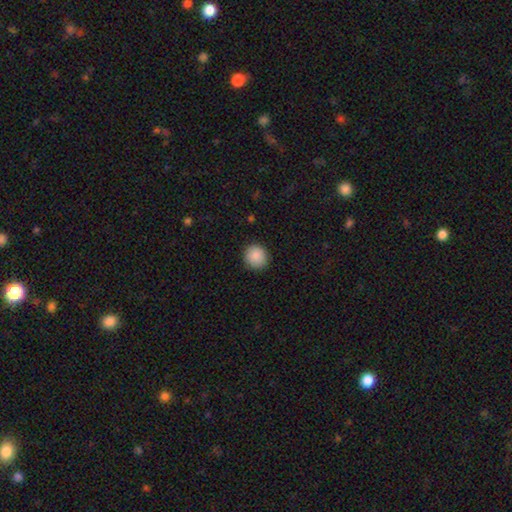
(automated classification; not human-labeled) The model was most divided on "smooth or featured": smooth: 89%, star or artifact: 8%, featured or disk: 3%. More confident: how rounded — round (91%); merging — none (89%).